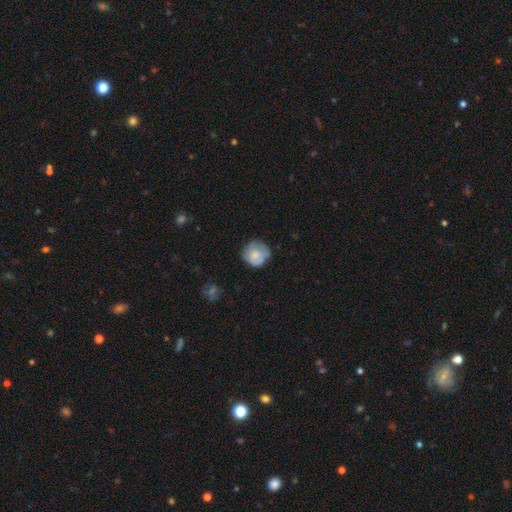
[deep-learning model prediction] Smooth or featured? smooth (67%)
How rounded? round (89%)
Merging? none (65%)